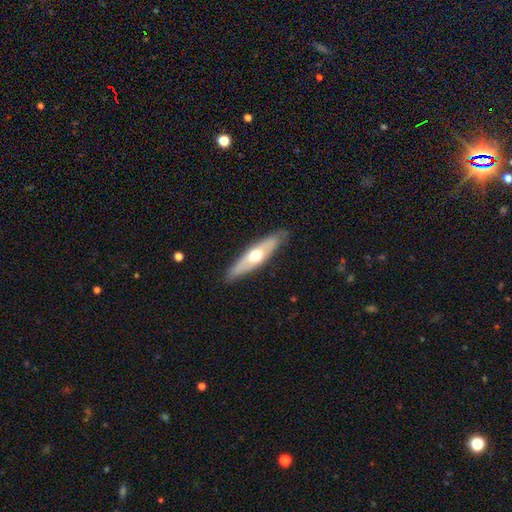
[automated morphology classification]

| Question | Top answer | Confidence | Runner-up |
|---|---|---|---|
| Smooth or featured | featured or disk | 51% | smooth (44%) |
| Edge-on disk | yes | 72% | no (28%) |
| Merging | none | 85% | minor disturbance (11%) |